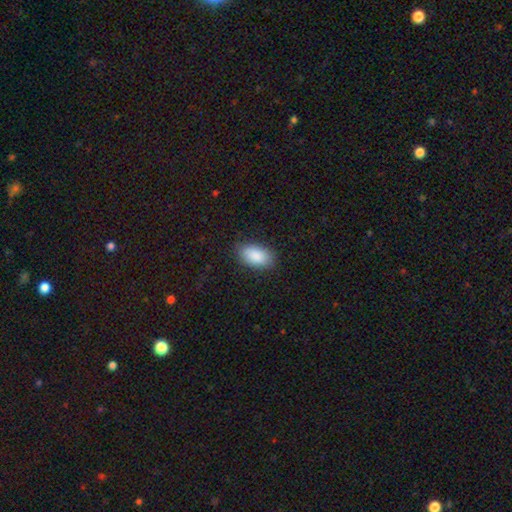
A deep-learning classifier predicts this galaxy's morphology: Smooth or featured: smooth — 89% (star or artifact — 6%)
How rounded: in between — 94% (round — 4%)
Merging: none — 84% (minor disturbance — 12%)